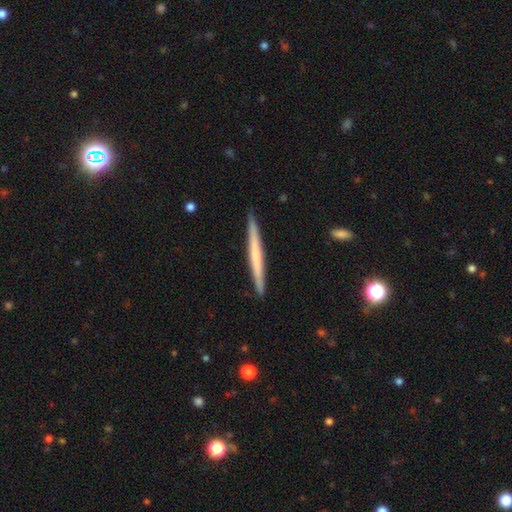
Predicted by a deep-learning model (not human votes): smooth-or-featured: smooth: 48% | featured or disk: 47% | star or artifact: 5%
  merging: none: 91% | minor disturbance: 7% | major disturbance: 1% | merger: 1%